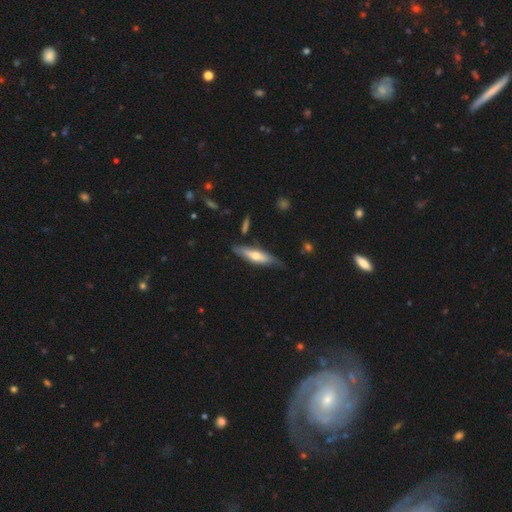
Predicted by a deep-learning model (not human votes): Smooth or featured: smooth — 51% (featured or disk — 44%)
How rounded: cigar-shaped — 65% (in between — 33%)
Merging: none — 71% (minor disturbance — 22%)